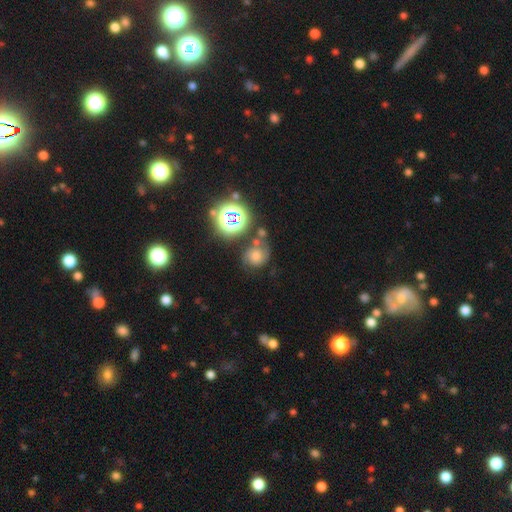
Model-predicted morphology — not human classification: Overall: smooth (48%; featured or disk 26%). Merging: none (53%; minor disturbance 21%).